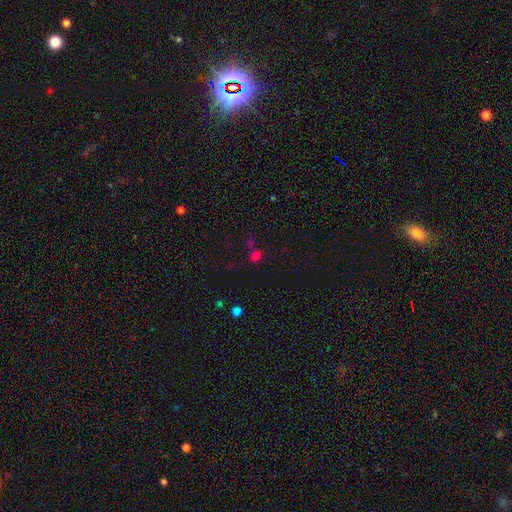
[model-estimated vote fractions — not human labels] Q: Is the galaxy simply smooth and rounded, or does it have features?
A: smooth — 63%.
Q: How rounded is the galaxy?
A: in between — 58%.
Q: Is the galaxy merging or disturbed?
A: none — 65%.